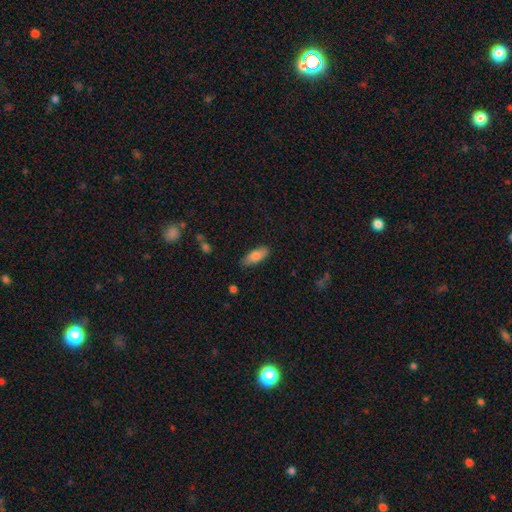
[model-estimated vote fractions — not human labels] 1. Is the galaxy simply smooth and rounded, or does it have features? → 81% smooth, 12% featured or disk, 6% star or artifact.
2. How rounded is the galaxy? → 73% in between, 25% cigar-shaped, 2% round.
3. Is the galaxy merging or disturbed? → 82% none, 14% minor disturbance, 3% major disturbance, 1% merger.